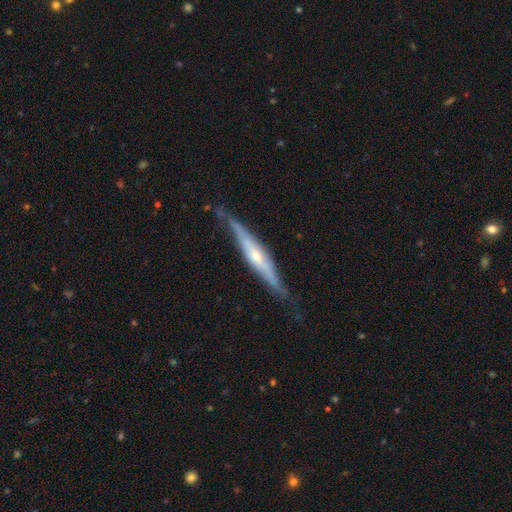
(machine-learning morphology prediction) A featured or disk galaxy (71%) viewed edge-on (88%) with a rounded central bulge (64%). Merging: none (73%).